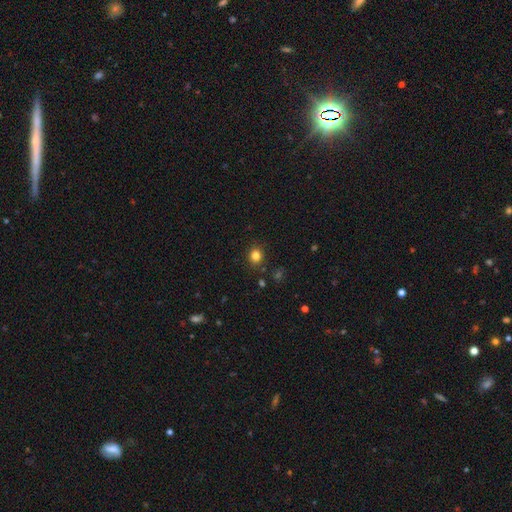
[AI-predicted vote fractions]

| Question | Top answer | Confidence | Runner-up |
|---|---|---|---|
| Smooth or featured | smooth | 82% | star or artifact (13%) |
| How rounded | round | 77% | in between (22%) |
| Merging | none | 88% | minor disturbance (8%) |